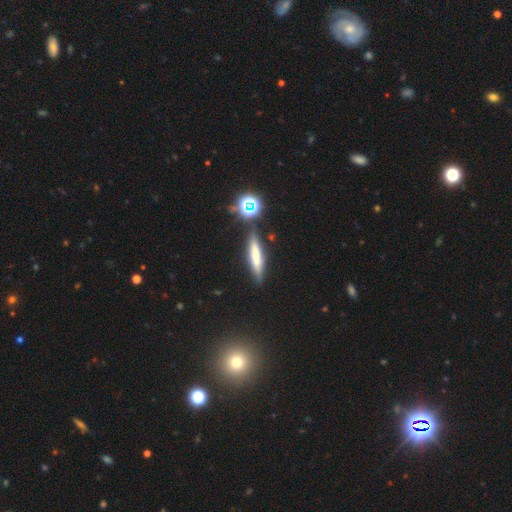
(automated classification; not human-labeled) Morphology: type=smooth (57%); roundness=cigar-shaped (83%); merging=none (79%).